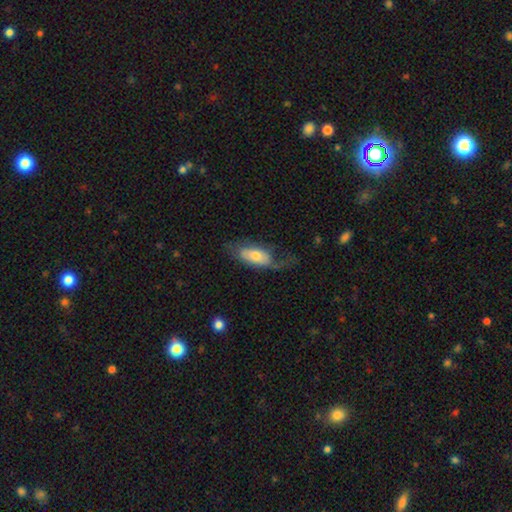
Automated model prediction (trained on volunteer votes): Smooth or featured? Predicted: smooth (p=0.53). How rounded? Predicted: in between (p=0.84). Merging? Predicted: none (p=0.38).